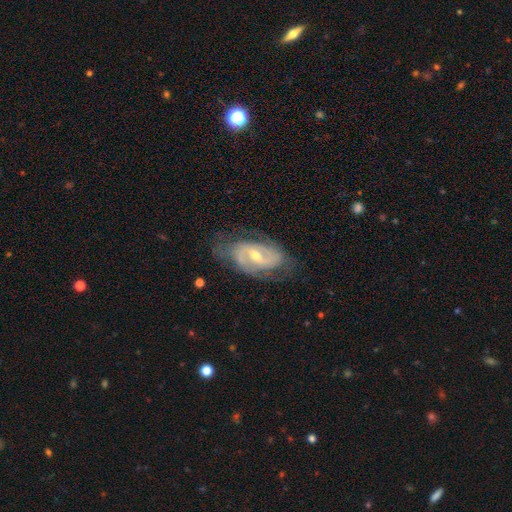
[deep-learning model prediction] featured or disk 85%, smooth 10%, star or artifact 6%. Down the decision tree: edge-on disk — no (95%); bar — weak (48%); spiral arms — yes (92%); spiral arm count — 2 (76%); spiral winding — medium (44%); bulge size — moderate (52%); merging — none (69%).